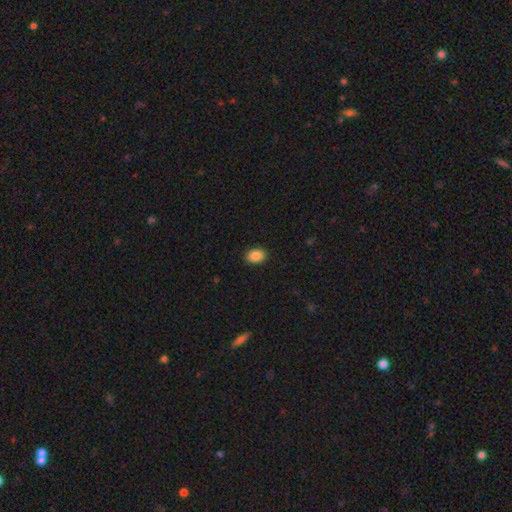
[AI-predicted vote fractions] Morphology: type=smooth (88%); roundness=in between (70%); merging=none (90%).